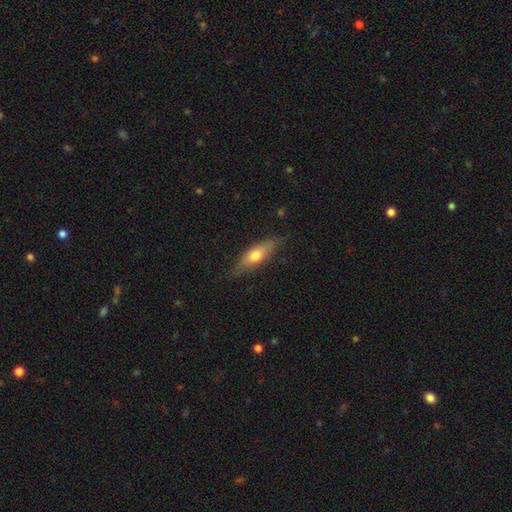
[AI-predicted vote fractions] Q: Smooth or featured?
A: smooth (58%); runner-up: featured or disk (36%)
Q: How rounded?
A: cigar-shaped (50%); runner-up: in between (47%)
Q: Merging?
A: none (80%); runner-up: minor disturbance (16%)